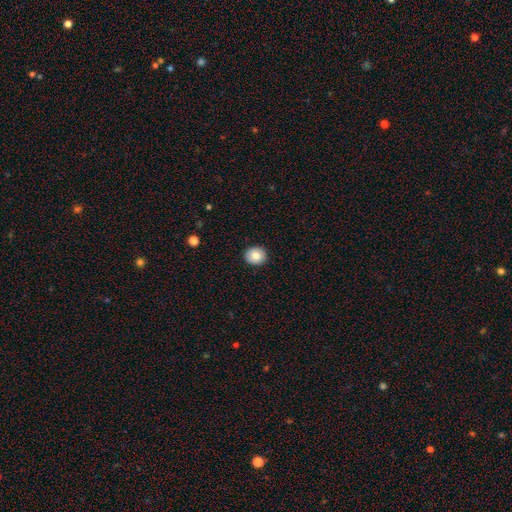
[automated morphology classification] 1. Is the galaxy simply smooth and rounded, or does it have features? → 82% smooth, 10% featured or disk, 8% star or artifact.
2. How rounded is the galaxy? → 76% round, 23% in between, 1% cigar-shaped.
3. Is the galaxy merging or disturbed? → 91% none, 6% minor disturbance, 2% major disturbance, 1% merger.